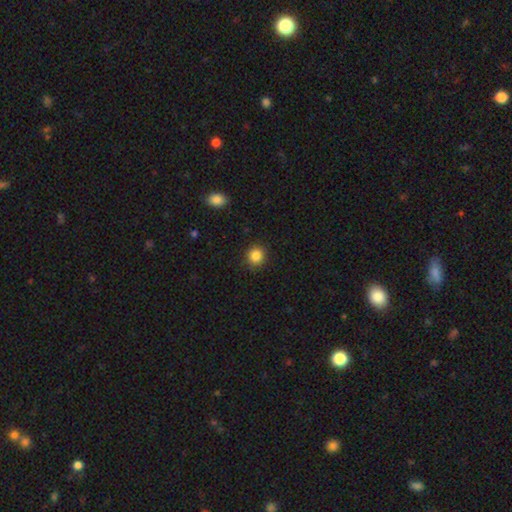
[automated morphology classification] Smooth or featured?
  - smooth: 86% *
  - star or artifact: 10%
  - featured or disk: 4%
How rounded?
  - round: 89% *
  - in between: 10%
  - cigar-shaped: 1%
Merging?
  - none: 91% *
  - minor disturbance: 6%
  - major disturbance: 2%
  - merger: 1%